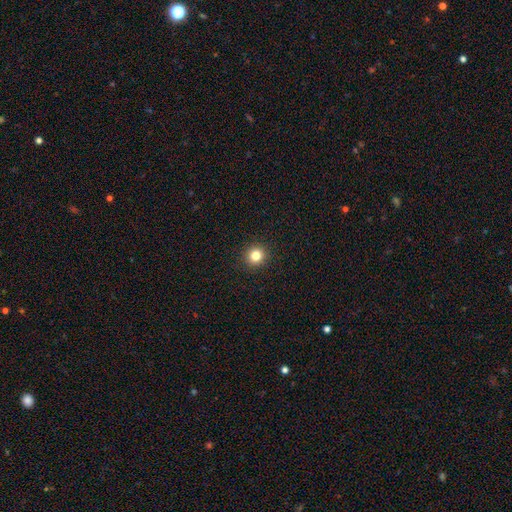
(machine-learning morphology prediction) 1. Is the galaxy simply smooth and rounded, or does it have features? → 82% smooth, 13% star or artifact, 6% featured or disk.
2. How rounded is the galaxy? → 91% round, 8% in between, 1% cigar-shaped.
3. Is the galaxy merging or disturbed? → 93% none, 5% minor disturbance, 2% major disturbance, 1% merger.